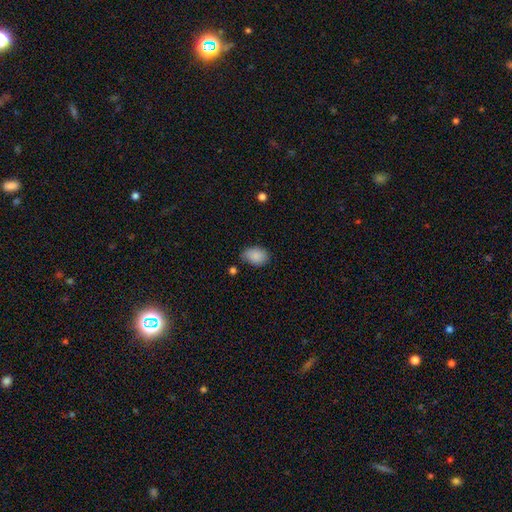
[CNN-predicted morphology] Q: Smooth or featured?
A: smooth (88%); runner-up: star or artifact (7%)
Q: How rounded?
A: in between (82%); runner-up: round (17%)
Q: Merging?
A: none (71%); runner-up: minor disturbance (22%)